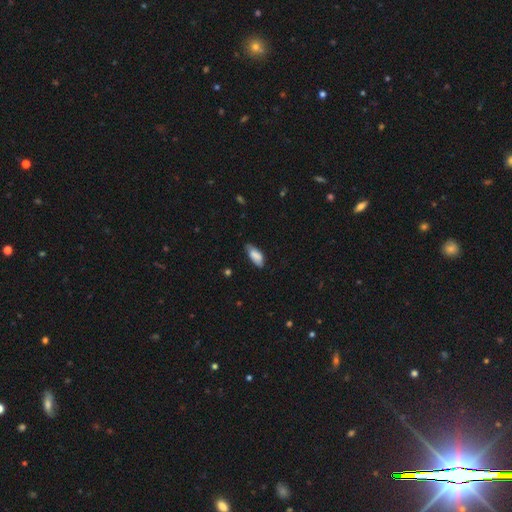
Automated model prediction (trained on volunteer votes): Q: Smooth or featured?
A: smooth (83%); runner-up: featured or disk (11%)
Q: How rounded?
A: in between (85%); runner-up: cigar-shaped (13%)
Q: Merging?
A: none (61%); runner-up: minor disturbance (32%)